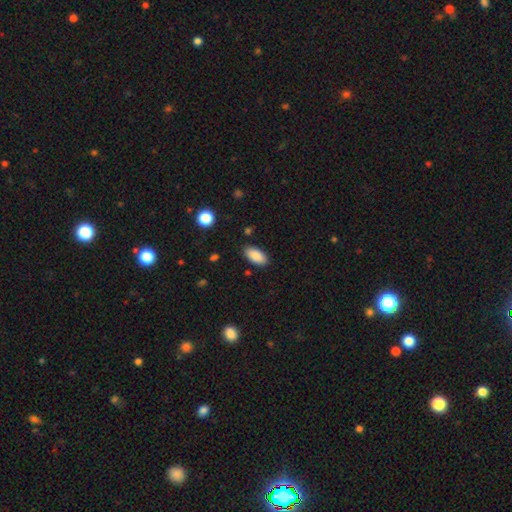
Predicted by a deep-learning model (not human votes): A smooth galaxy with no disk features (88%) that is in between round and cigar-shaped (93%). Merging: none (86%).